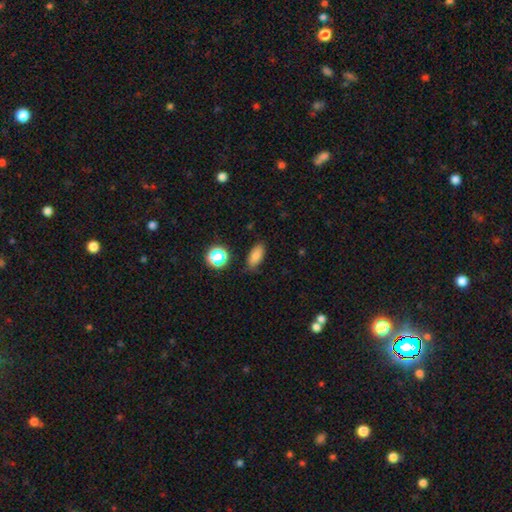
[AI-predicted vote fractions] The model was most divided on "merging": none: 80%, minor disturbance: 14%, major disturbance: 3%, merger: 3%. More confident: how rounded — in between (83%); smooth or featured — smooth (80%).